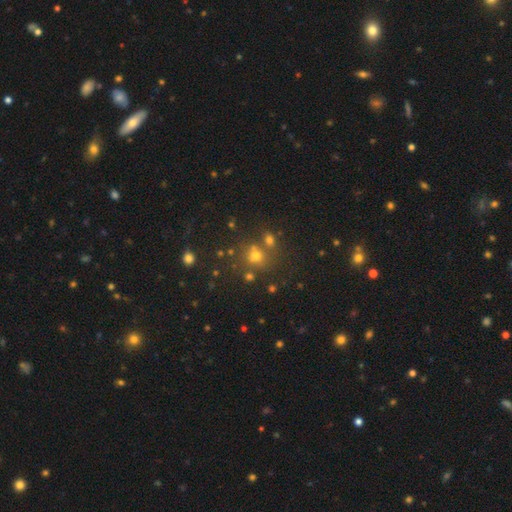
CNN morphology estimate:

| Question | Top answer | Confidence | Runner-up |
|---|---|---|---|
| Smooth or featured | smooth | 64% | star or artifact (24%) |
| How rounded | round | 80% | in between (19%) |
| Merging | none | 60% | merger (25%) |